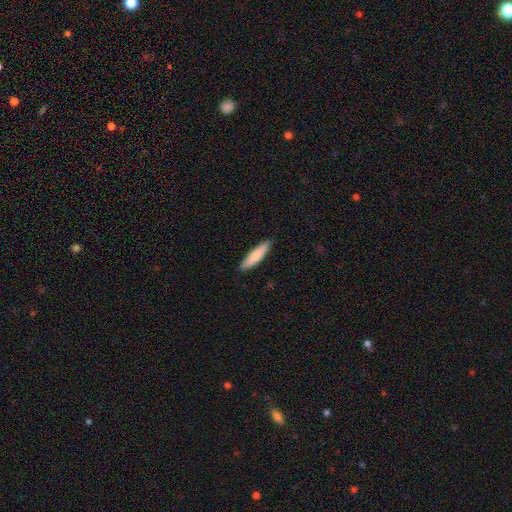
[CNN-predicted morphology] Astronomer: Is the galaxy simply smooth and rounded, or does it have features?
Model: smooth — 81%.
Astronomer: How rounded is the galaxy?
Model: cigar-shaped — 76%.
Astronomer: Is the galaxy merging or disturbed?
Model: none — 89%.